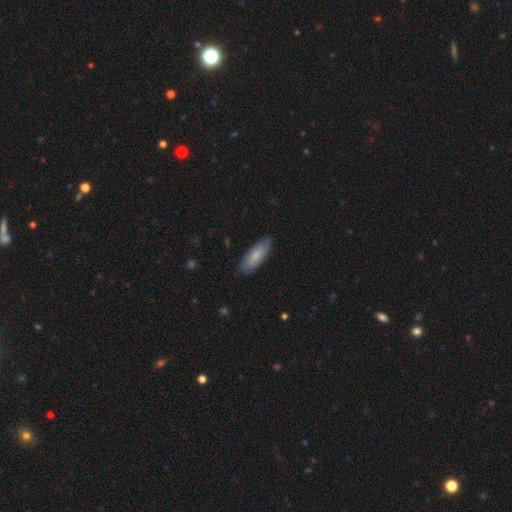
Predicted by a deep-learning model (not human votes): smooth_or_featured: smooth (p=0.78) [alt: featured or disk p=0.17]
how_rounded: in between (p=0.64) [alt: cigar-shaped p=0.34]
merging: none (p=0.83) [alt: minor disturbance p=0.14]